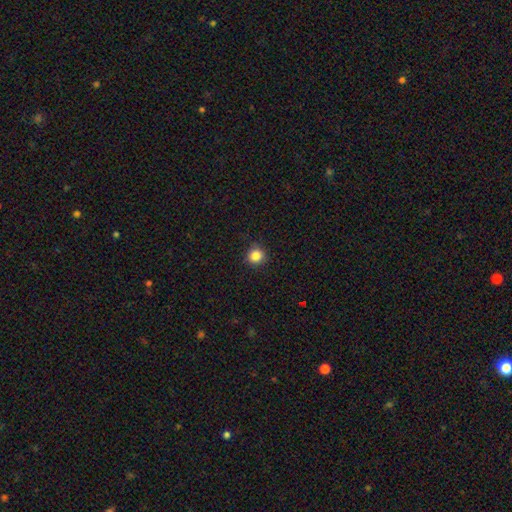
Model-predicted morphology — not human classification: smooth-or-featured: smooth: 85% | star or artifact: 11% | featured or disk: 4%
  how-rounded: round: 92% | in between: 7% | cigar-shaped: 1%
  merging: none: 90% | minor disturbance: 7% | major disturbance: 2% | merger: 1%